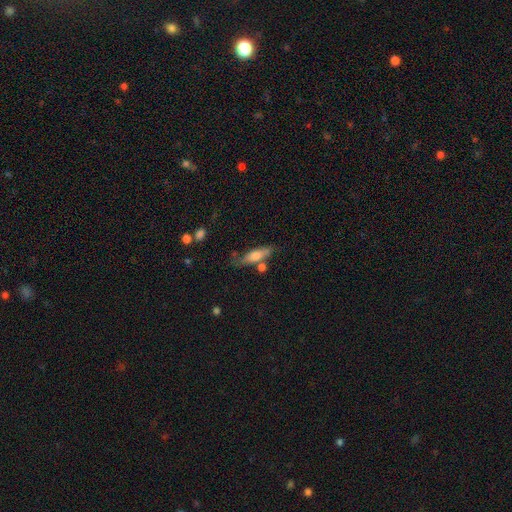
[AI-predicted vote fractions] Q: Smooth or featured?
A: smooth (62%); runner-up: featured or disk (31%)
Q: How rounded?
A: cigar-shaped (60%); runner-up: in between (37%)
Q: Merging?
A: none (62%); runner-up: minor disturbance (19%)